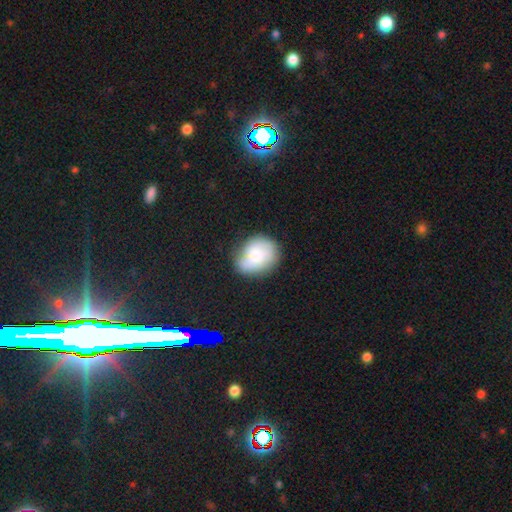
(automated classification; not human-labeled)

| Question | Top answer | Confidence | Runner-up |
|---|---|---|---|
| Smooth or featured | smooth | 63% | featured or disk (29%) |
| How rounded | round | 52% | in between (47%) |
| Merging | none | 65% | minor disturbance (24%) |